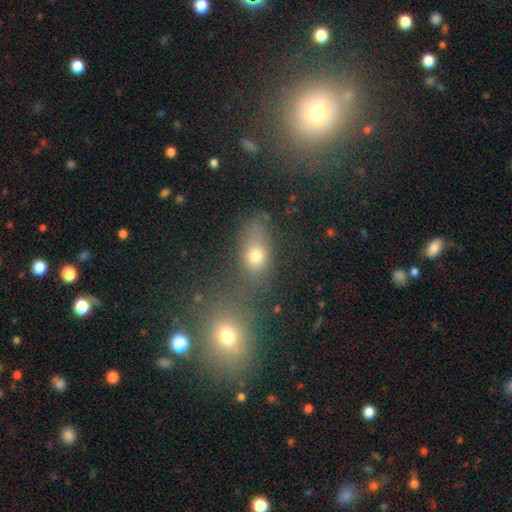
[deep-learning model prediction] Q: Smooth or featured?
A: smooth (68%); runner-up: star or artifact (20%)
Q: How rounded?
A: in between (61%); runner-up: round (34%)
Q: Merging?
A: none (52%); runner-up: merger (29%)